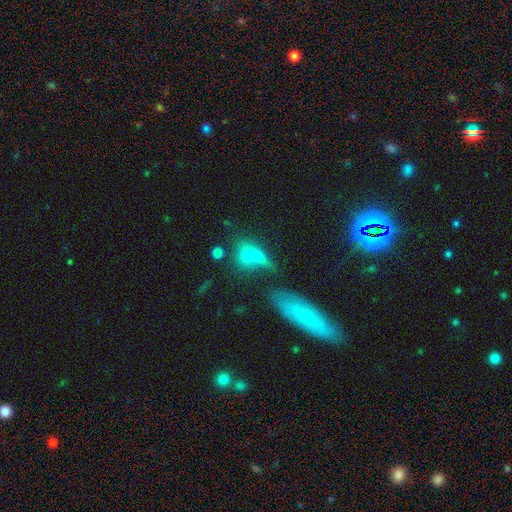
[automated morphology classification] This is likely a smooth galaxy (63%). How rounded: possibly in between (56%). Merging: possibly merger (53%).